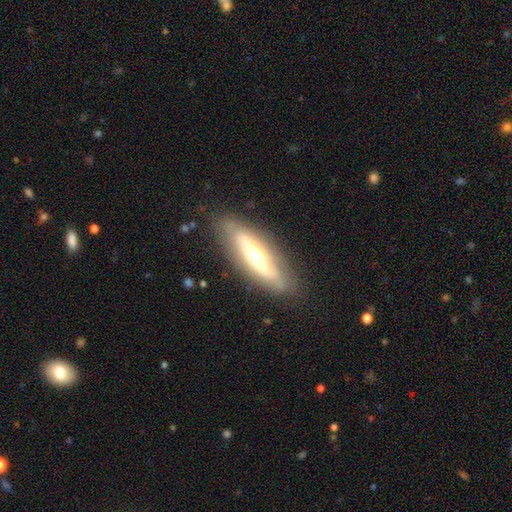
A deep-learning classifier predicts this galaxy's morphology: type=featured or disk (62%); edge-on=yes (53%); merging=none (80%).